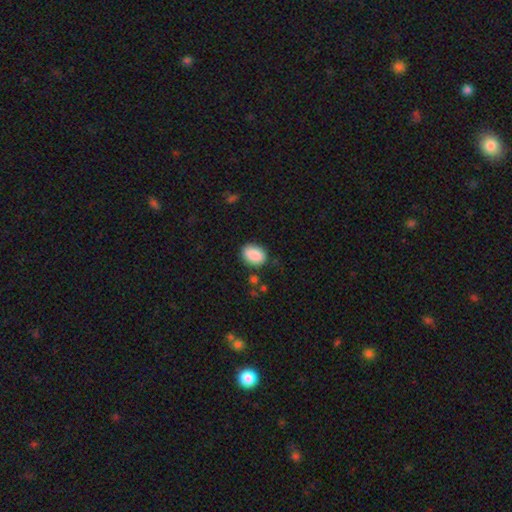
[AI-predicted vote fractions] smooth 89%, star or artifact 7%, featured or disk 4%. Down the decision tree: how rounded — in between (74%); merging — none (82%).